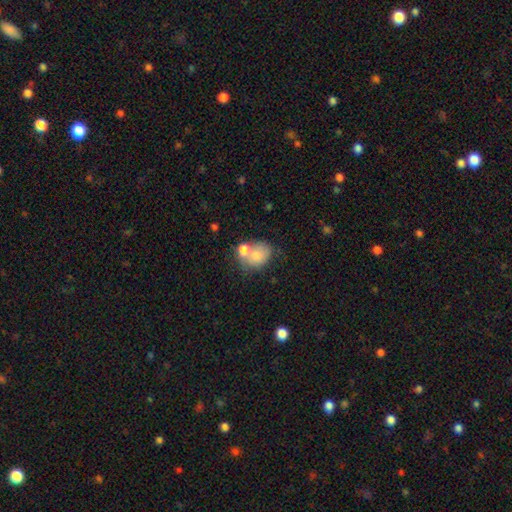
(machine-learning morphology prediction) Smooth or featured? smooth (74%)
How rounded? round (56%)
Merging? none (41%)